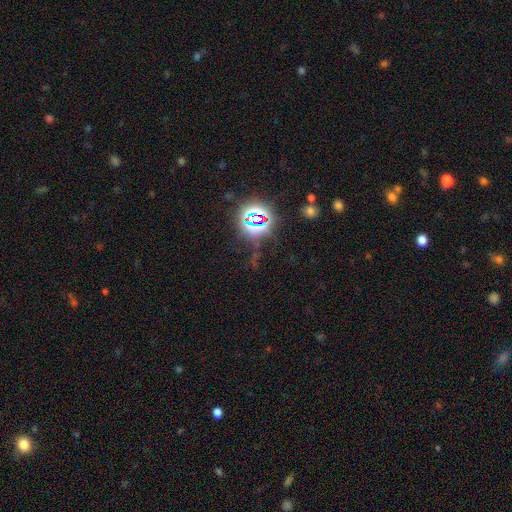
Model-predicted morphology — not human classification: Smooth or featured: star or artifact — 79% (smooth — 14%)